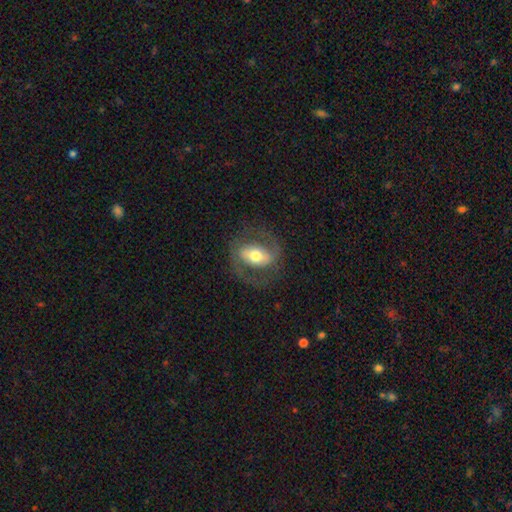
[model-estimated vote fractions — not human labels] This is likely a featured or disk galaxy (69%). It is clearly not viewed edge-on (94%). Bar: marginally strong (42%). Spiral arm pattern: likely yes (69%). Central bulge: likely moderate (67%). Merging: likely none (75%).